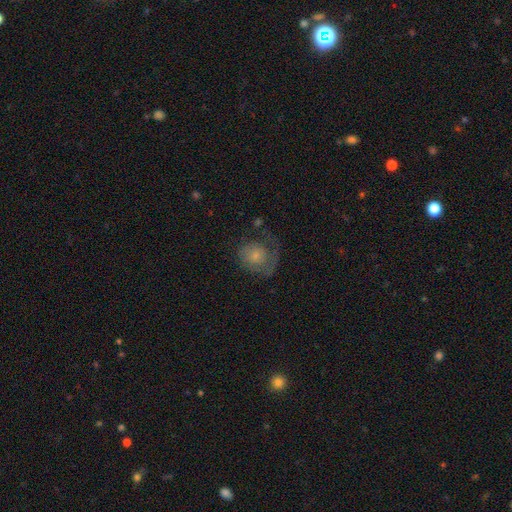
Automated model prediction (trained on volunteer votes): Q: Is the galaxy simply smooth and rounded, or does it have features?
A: smooth — 54%.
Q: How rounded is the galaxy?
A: round — 70%.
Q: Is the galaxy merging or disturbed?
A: none — 41%.